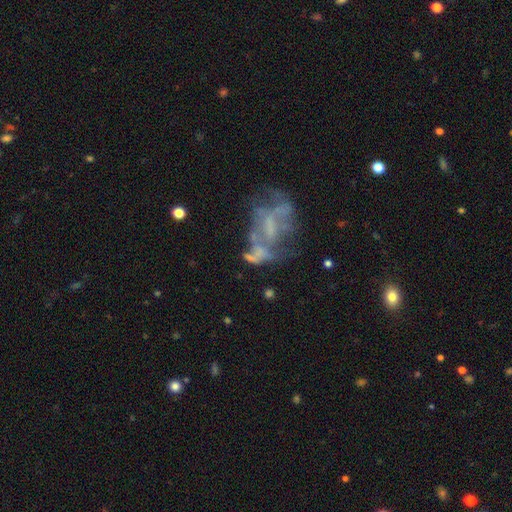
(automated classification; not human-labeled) This is likely a featured or disk galaxy (60%). It is clearly not viewed edge-on (96%). Bar: likely no (66%). Spiral arm pattern: likely no (78%). Central bulge: likely none (65%). Merging: marginally major disturbance (34%).